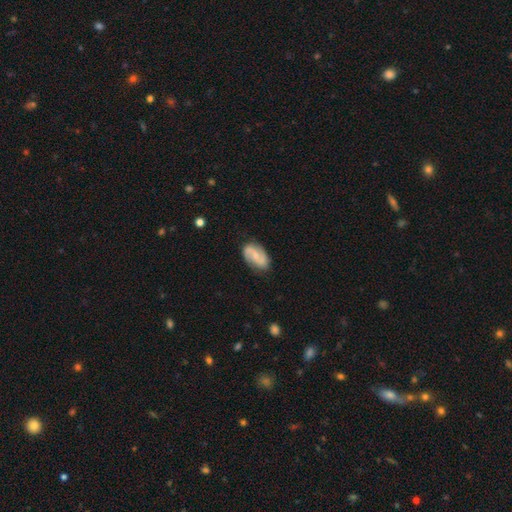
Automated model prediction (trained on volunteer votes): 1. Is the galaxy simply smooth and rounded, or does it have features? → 74% featured or disk, 21% smooth, 5% star or artifact.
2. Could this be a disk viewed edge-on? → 97% no, 3% yes.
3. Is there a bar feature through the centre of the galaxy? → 44% no, 42% weak, 14% strong.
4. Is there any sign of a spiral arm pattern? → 94% yes, 6% no.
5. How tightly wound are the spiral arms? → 44% medium, 35% loose, 21% tight.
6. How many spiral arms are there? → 90% 2, 5% can't tell, 2% 1, 1% 3, 1% 4, 1% more than 4.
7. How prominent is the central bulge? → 58% small, 32% moderate, 8% none, 2% large, 1% dominant.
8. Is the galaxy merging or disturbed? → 80% none, 15% minor disturbance, 4% major disturbance, 1% merger.